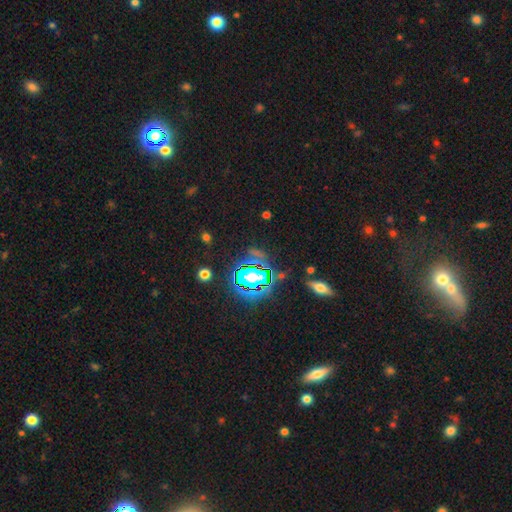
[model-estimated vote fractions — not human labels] smooth-or-featured: star or artifact: 72% | smooth: 16% | featured or disk: 12%